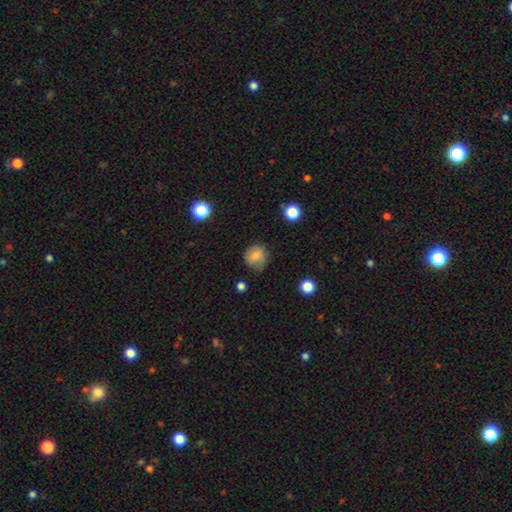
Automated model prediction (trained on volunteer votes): smooth-or-featured: smooth: 78% | featured or disk: 11% | star or artifact: 10%
  how-rounded: round: 77% | in between: 22% | cigar-shaped: 1%
  merging: none: 68% | minor disturbance: 23% | major disturbance: 7% | merger: 2%